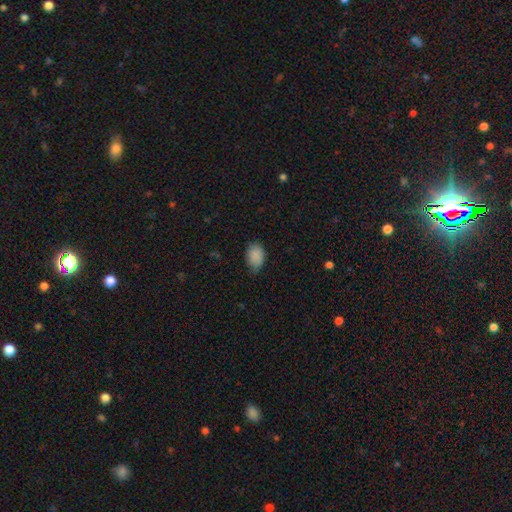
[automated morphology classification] Smooth or featured: smooth — 87% (star or artifact — 8%)
How rounded: in between — 76% (round — 23%)
Merging: none — 63% (minor disturbance — 30%)